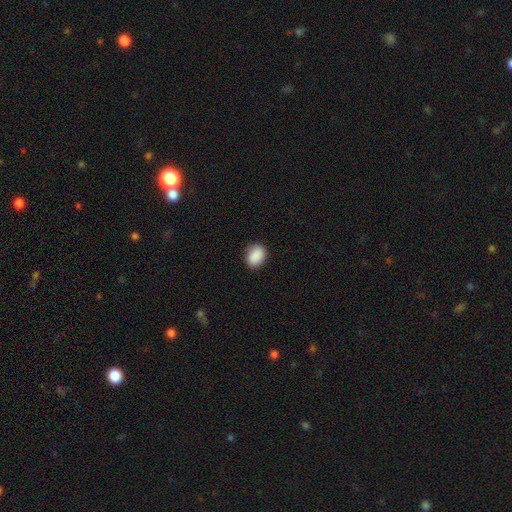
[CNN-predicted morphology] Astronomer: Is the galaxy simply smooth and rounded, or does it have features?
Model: smooth — 90%.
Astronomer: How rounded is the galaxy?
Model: in between — 63%.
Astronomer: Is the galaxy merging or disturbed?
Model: none — 85%.